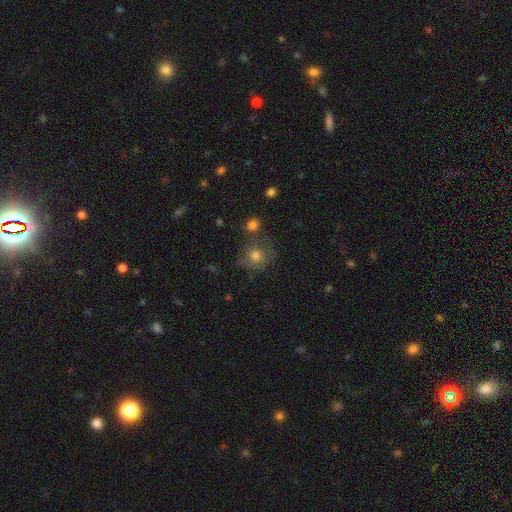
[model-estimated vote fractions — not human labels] The model was most divided on "merging": none: 59%, minor disturbance: 18%, merger: 13%, major disturbance: 10%. More confident: how rounded — round (86%); smooth or featured — smooth (73%).